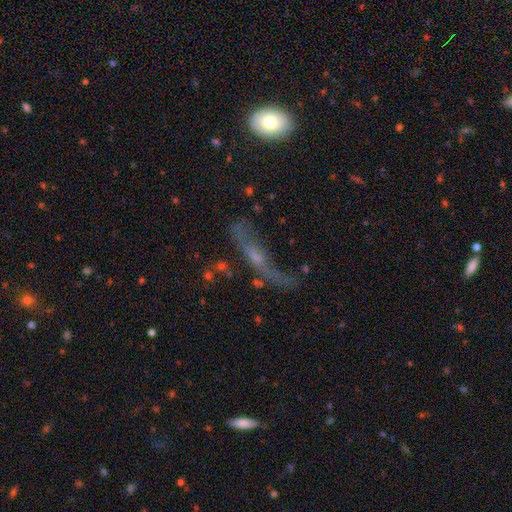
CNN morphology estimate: Q: Smooth or featured?
A: featured or disk (56%); runner-up: smooth (24%)
Q: Edge-on disk?
A: no (57%); runner-up: yes (43%)
Q: Merging?
A: major disturbance (37%); tied with: none (37%)